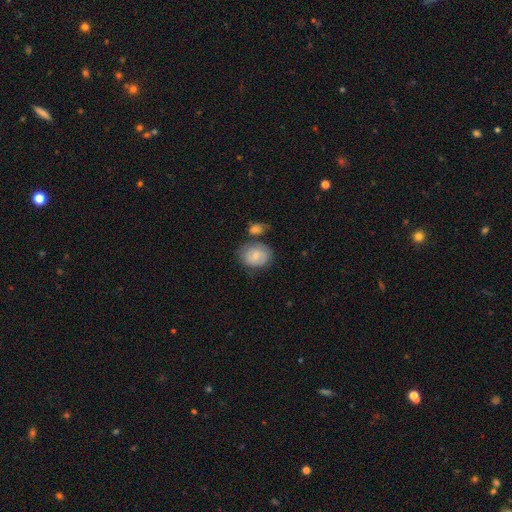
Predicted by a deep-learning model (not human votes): smooth_or_featured: smooth (p=0.67) [alt: featured or disk p=0.26]
how_rounded: in between (p=0.54) [alt: round p=0.45]
merging: none (p=0.56) [alt: minor disturbance p=0.19]